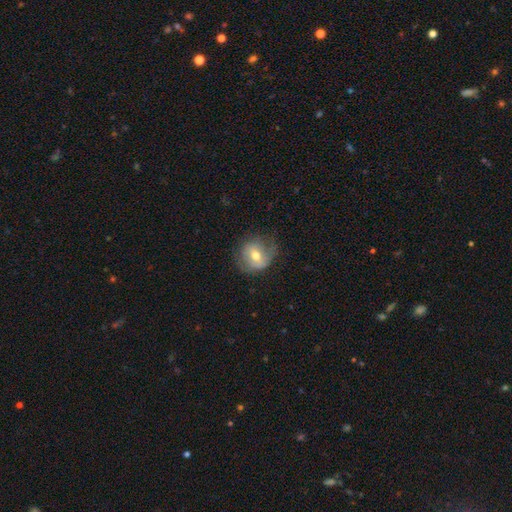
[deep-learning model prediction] Overall: smooth (52%; featured or disk 41%). How rounded: round (74%). Merging: none (60%; minor disturbance 26%).